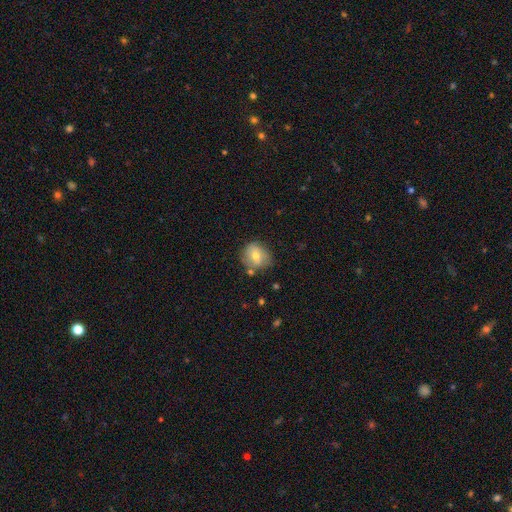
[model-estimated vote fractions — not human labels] This is likely a smooth galaxy (68%). How rounded: likely round (75%). Merging: likely none (68%).